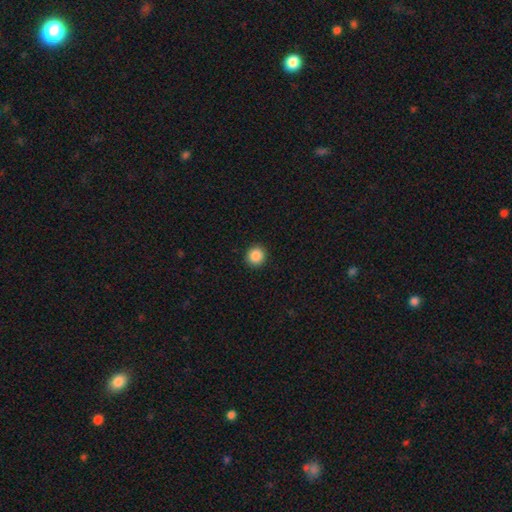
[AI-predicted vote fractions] Smooth or featured: smooth — 88% (star or artifact — 9%)
How rounded: round — 92% (in between — 7%)
Merging: none — 92% (minor disturbance — 5%)